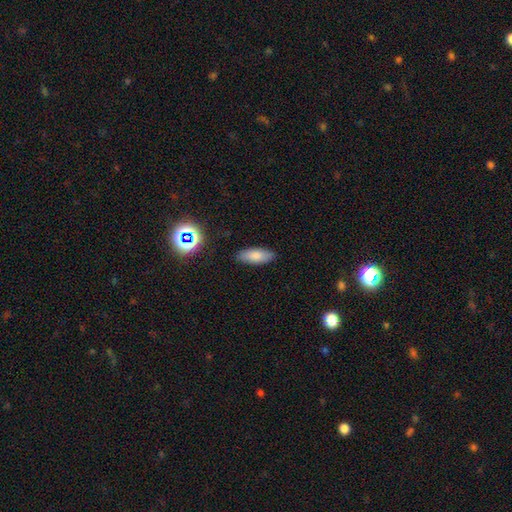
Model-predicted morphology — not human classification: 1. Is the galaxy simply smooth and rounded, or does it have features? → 81% smooth, 10% featured or disk, 9% star or artifact.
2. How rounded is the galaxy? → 78% in between, 20% cigar-shaped, 2% round.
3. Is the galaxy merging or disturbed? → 87% none, 10% minor disturbance, 2% major disturbance, 1% merger.